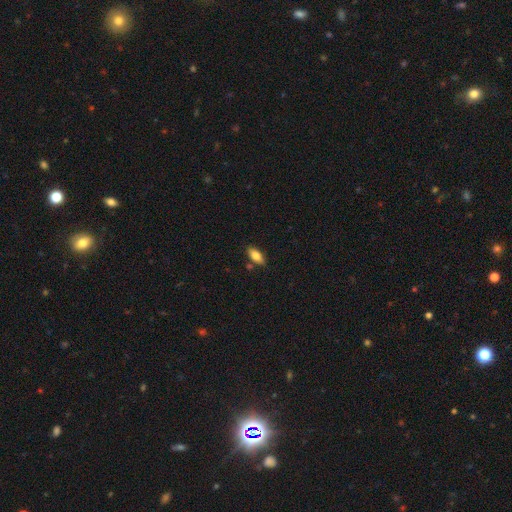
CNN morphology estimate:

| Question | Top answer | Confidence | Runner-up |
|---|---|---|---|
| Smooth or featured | smooth | 80% | featured or disk (14%) |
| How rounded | in between | 85% | cigar-shaped (13%) |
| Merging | none | 81% | minor disturbance (12%) |